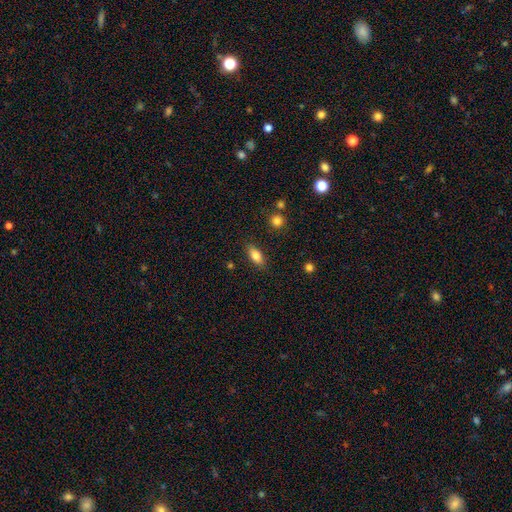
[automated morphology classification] This is clearly a smooth galaxy (82%). How rounded: clearly in between (84%). Merging: clearly none (85%).